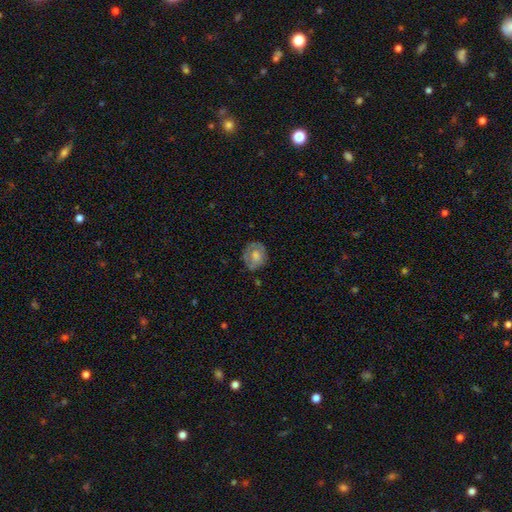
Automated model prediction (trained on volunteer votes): The model was most divided on "smooth or featured": smooth: 48%, featured or disk: 44%, star or artifact: 9%. More confident: merging — none (73%).